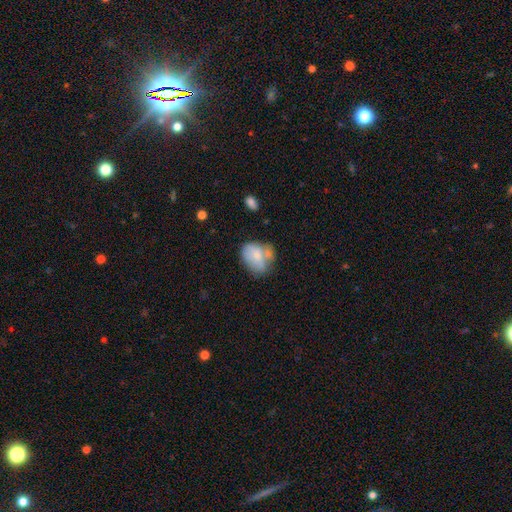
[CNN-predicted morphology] This appears to be a smooth galaxy with no disk features (67%) that is in between round and cigar-shaped (61%). Merging: none (38%).